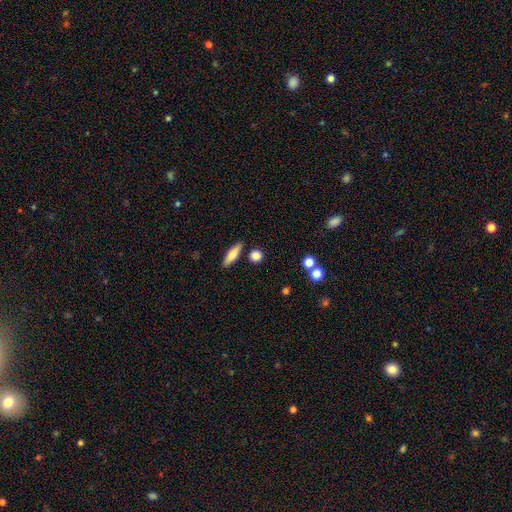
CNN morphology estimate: smooth_or_featured: smooth (p=0.82) [alt: featured or disk p=0.09]
how_rounded: round (p=0.68) [alt: in between p=0.20]
merging: none (p=0.81) [alt: minor disturbance p=0.09]